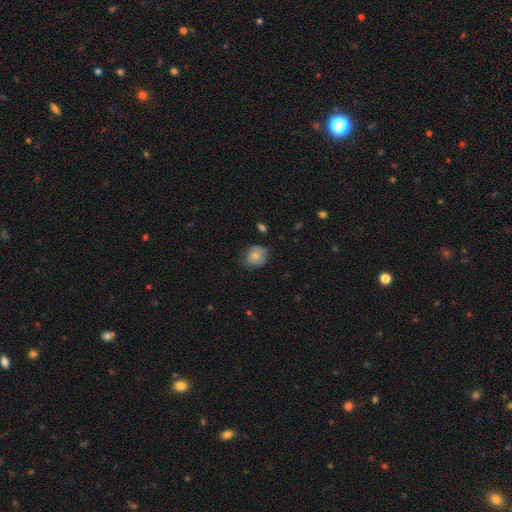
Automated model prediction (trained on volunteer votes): Smooth or featured? smooth (72%)
How rounded? round (67%)
Merging? none (62%)